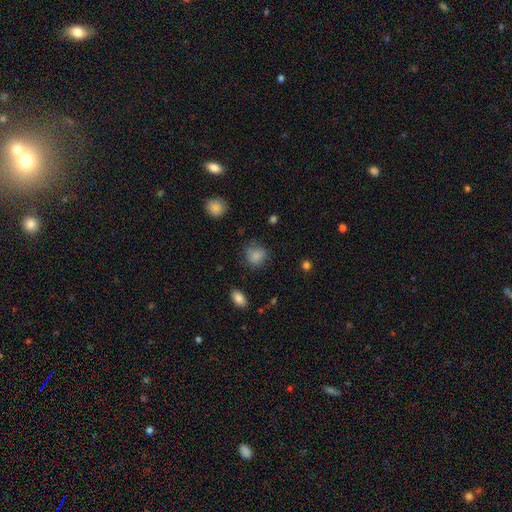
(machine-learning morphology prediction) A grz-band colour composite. It shows a smooth galaxy with no disk features (84%) that is round (77%). Merging: none (70%).